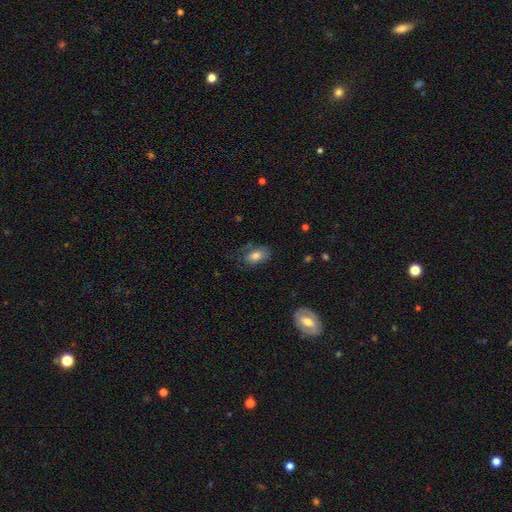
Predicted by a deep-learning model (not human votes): The model was most divided on "merging": none: 56%, minor disturbance: 25%, major disturbance: 16%, merger: 2%. More confident: how rounded — in between (89%); smooth or featured — smooth (74%).